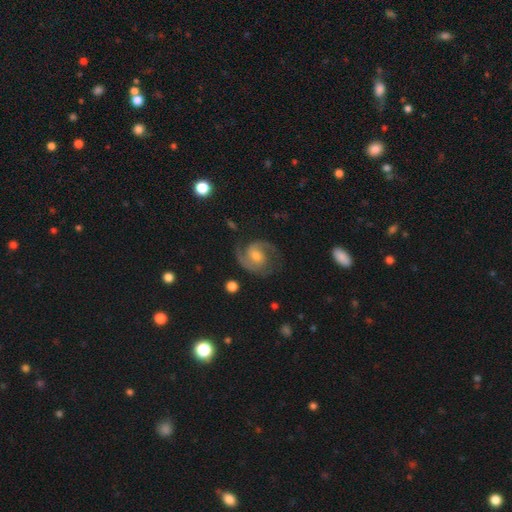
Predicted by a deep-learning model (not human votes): A featured or disk galaxy (88%) with no bar (55%), 2 (90%) medium (54%) spiral arms (98%) and a moderate central bulge (54%).

Vote fractions:
- Smooth or featured? featured or disk: 88% / smooth: 7% / star or artifact: 6%
- Edge-on disk? no: 98% / yes: 2%
- Bar? no: 55% / weak: 36% / strong: 9%
- Spiral arms? yes: 98% / no: 2%
- Spiral winding? medium: 54% / tight: 33% / loose: 13%
- Spiral arm count? 2: 90% / can't tell: 3% / 3: 2% / 1: 2% / 4: 1% / more than 4: 1%
- Bulge size? moderate: 54% / small: 39% / large: 4% / none: 2% / dominant: 1%
- Merging? none: 76% / minor disturbance: 15% / major disturbance: 7% / merger: 1%